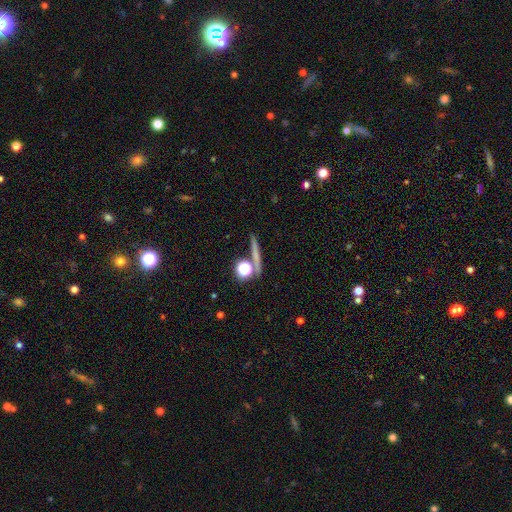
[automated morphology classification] smooth_or_featured: smooth (p=0.49) [alt: featured or disk p=0.28]
merging: none (p=0.77) [alt: merger p=0.10]